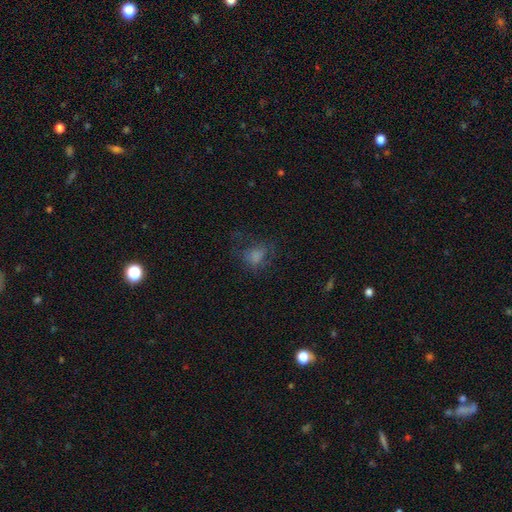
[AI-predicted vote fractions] This appears to be a smooth galaxy with no disk features (61%) that is in between round and cigar-shaped (55%). Merging: none (46%).